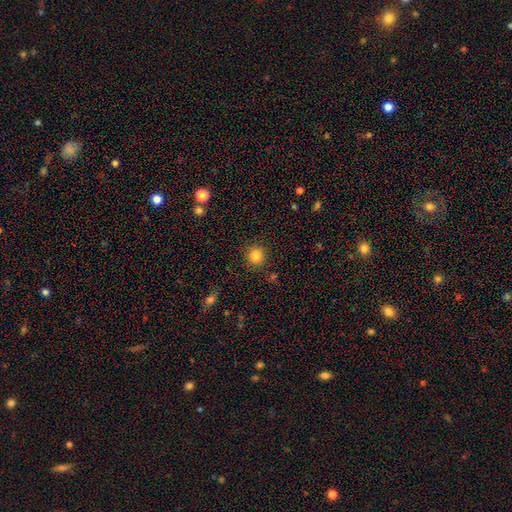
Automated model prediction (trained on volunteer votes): Morphology: type=smooth (84%); roundness=round (92%); merging=none (89%).